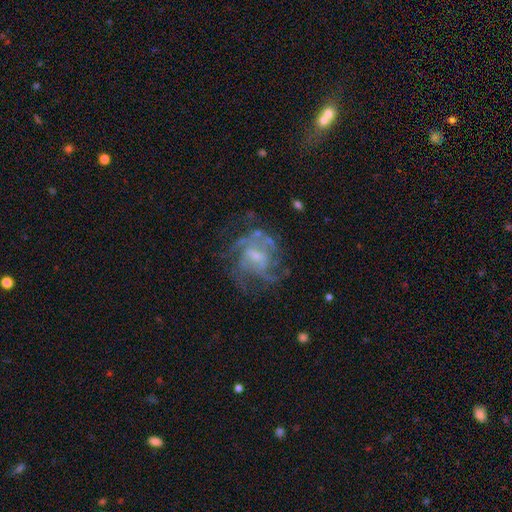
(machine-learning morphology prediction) smooth-or-featured: featured or disk: 78% | smooth: 11% | star or artifact: 10%
  disk-edge-on: no: 98% | yes: 2%
    bar: weak: 47% | no: 44% | strong: 10%
    has-spiral-arms: yes: 83% | no: 17%
      spiral-winding: medium: 44% | tight: 38% | loose: 18%
      spiral-arm-count: can't tell: 38% | 3: 22% | 4: 15% | 2: 14% | more than 4: 5% | 1: 5%
    bulge-size: small: 49% | moderate: 33% | none: 14% | large: 3% | dominant: 1%
  merging: none: 57% | major disturbance: 22% | minor disturbance: 19% | merger: 3%